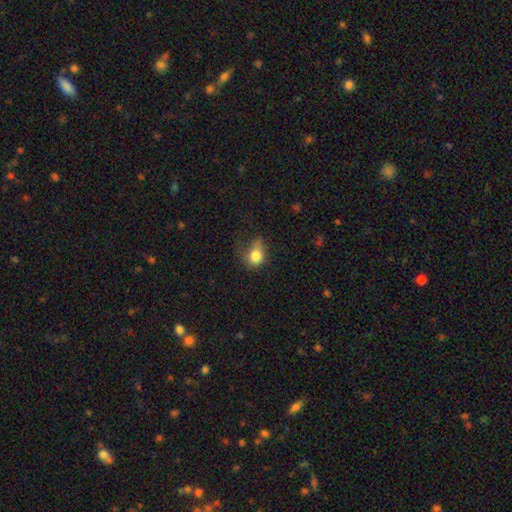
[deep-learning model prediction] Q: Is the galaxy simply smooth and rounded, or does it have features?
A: smooth — 80%.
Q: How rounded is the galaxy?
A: round — 53%.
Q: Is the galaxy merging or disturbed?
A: none — 39%.